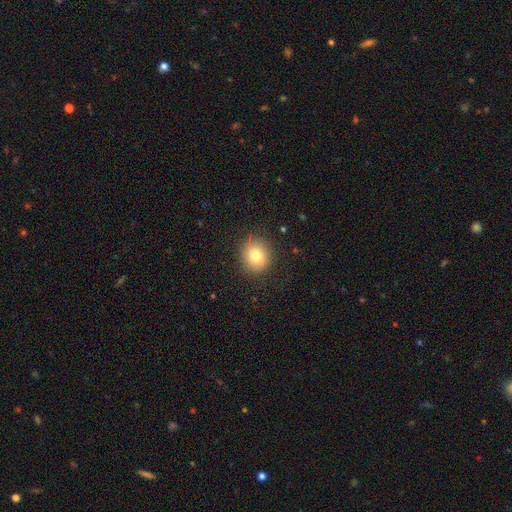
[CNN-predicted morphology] smooth_or_featured: smooth (p=0.74) [alt: featured or disk p=0.14]
how_rounded: round (p=0.86) [alt: in between p=0.13]
merging: none (p=0.77) [alt: minor disturbance p=0.11]